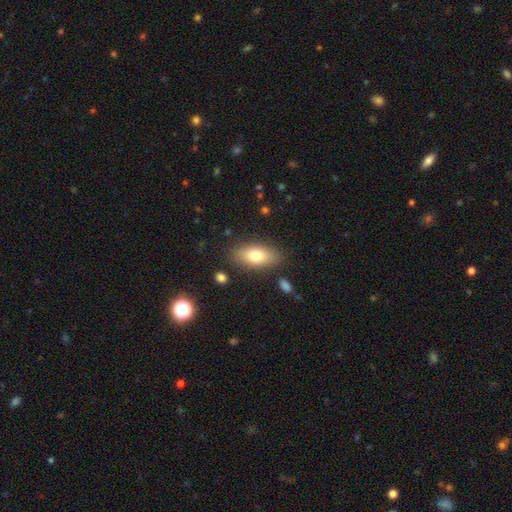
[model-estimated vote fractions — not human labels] A smooth galaxy with no disk features (76%) that is in between round and cigar-shaped (87%). Merging: none (83%).